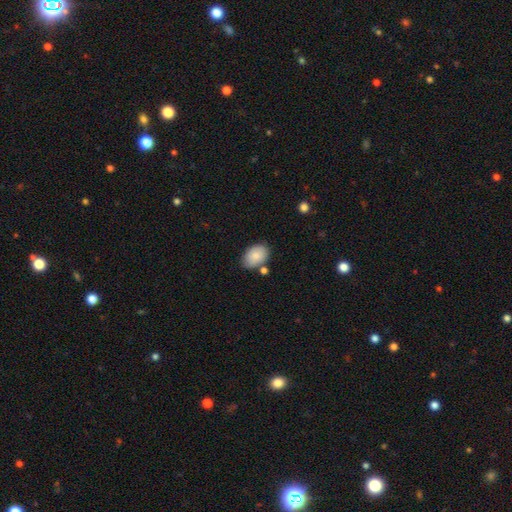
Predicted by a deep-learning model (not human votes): smooth_or_featured: smooth (p=0.82) [alt: featured or disk p=0.11]
how_rounded: in between (p=0.85) [alt: round p=0.14]
merging: none (p=0.69) [alt: minor disturbance p=0.19]